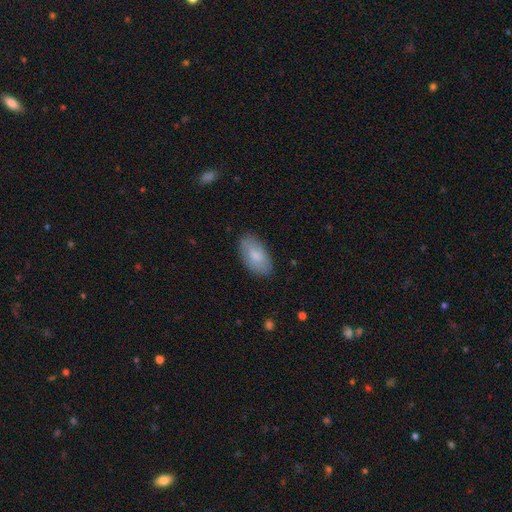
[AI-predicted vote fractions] smooth_or_featured: smooth (p=0.78) [alt: featured or disk p=0.16]
how_rounded: in between (p=0.94) [alt: round p=0.03]
merging: none (p=0.82) [alt: minor disturbance p=0.14]